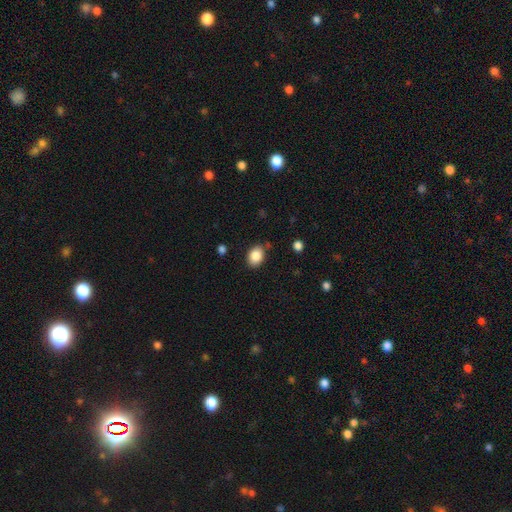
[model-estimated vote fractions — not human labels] smooth-or-featured: smooth: 86% | star or artifact: 8% | featured or disk: 5%
  how-rounded: in between: 69% | round: 30% | cigar-shaped: 1%
  merging: none: 79% | minor disturbance: 14% | major disturbance: 3% | merger: 3%